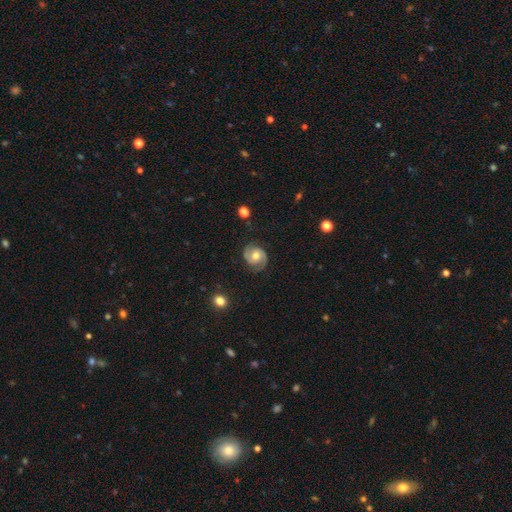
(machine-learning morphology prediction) Smooth or featured?
  - featured or disk: 82% *
  - smooth: 12%
  - star or artifact: 6%
Edge-on disk?
  - no: 98% *
  - yes: 2%
Bar?
  - no: 66% *
  - weak: 28%
  - strong: 6%
Spiral arms?
  - yes: 96% *
  - no: 4%
Spiral winding?
  - tight: 45% *
  - medium: 44%
  - loose: 11%
Spiral arm count?
  - 2: 90% *
  - can't tell: 4%
  - 1: 2%
  - 3: 2%
  - 4: 1%
  - more than 4: 1%
Bulge size?
  - moderate: 72% *
  - small: 20%
  - large: 6%
  - none: 1%
  - dominant: 1%
Merging?
  - none: 80% *
  - minor disturbance: 14%
  - major disturbance: 5%
  - merger: 1%